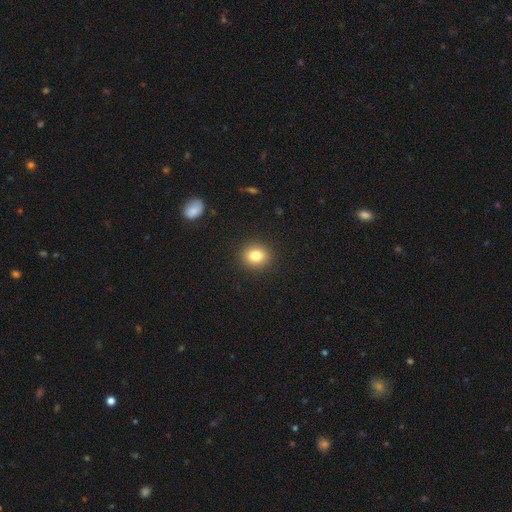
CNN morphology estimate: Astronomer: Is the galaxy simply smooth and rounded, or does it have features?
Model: smooth — 81%.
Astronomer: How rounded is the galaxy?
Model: round — 75%.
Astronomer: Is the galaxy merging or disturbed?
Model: none — 91%.